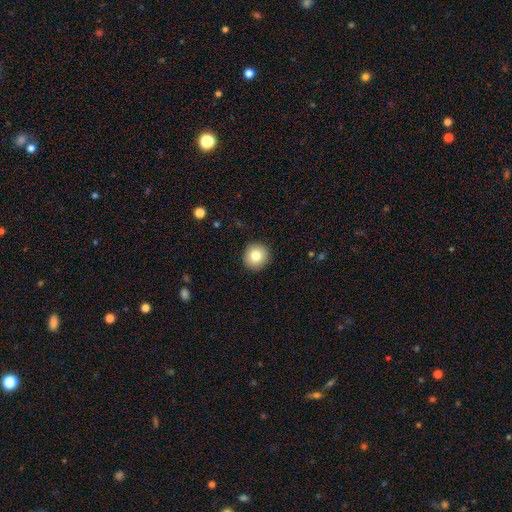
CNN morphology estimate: Smooth or featured? smooth (82%)
How rounded? round (94%)
Merging? none (92%)